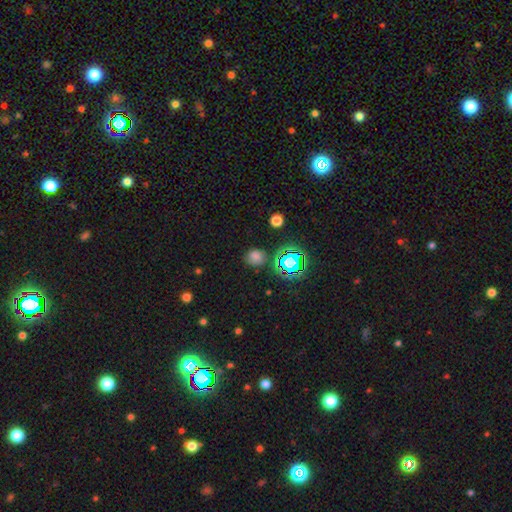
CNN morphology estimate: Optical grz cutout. It shows a smooth galaxy with no disk features (65%) that is round (68%). Merging: none (75%).